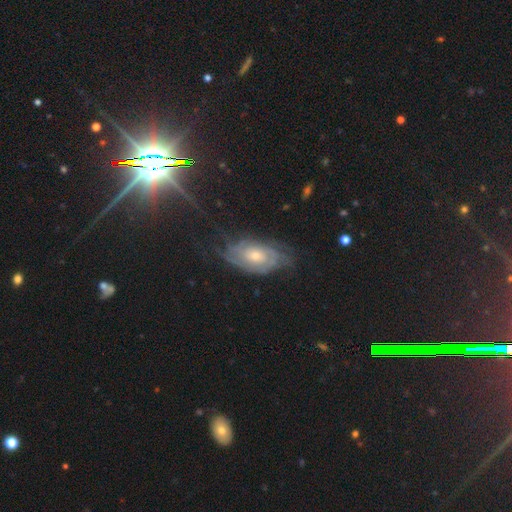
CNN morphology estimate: type=featured or disk (74%); edge-on=no (93%); bar=no (72%); spiral arms=yes (91%); winding=tight (69%); arm count=can't tell (48%); bulge=moderate (53%); merging=none (71%).